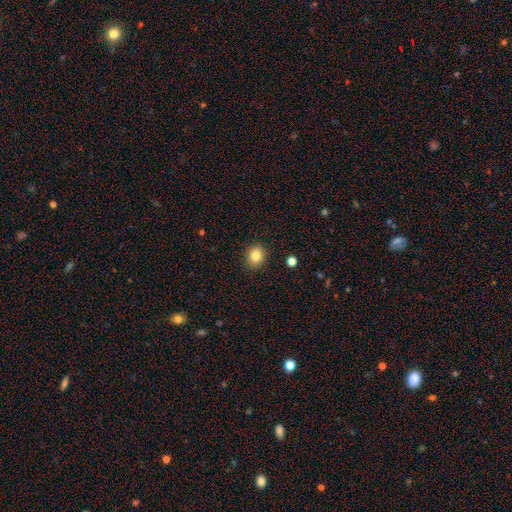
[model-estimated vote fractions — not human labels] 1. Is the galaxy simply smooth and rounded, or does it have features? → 83% smooth, 10% star or artifact, 6% featured or disk.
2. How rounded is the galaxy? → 69% round, 30% in between, 1% cigar-shaped.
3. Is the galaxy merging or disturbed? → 91% none, 6% minor disturbance, 2% major disturbance, 1% merger.